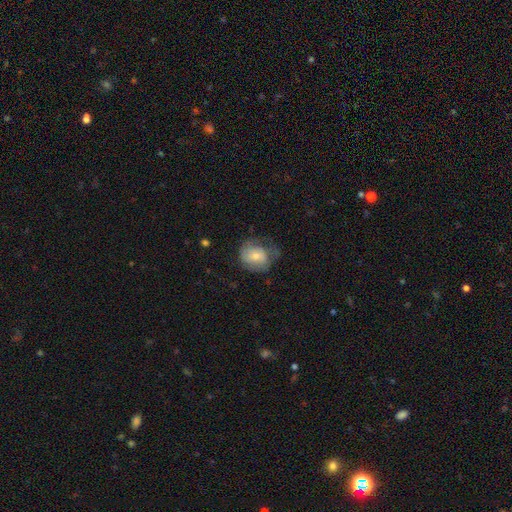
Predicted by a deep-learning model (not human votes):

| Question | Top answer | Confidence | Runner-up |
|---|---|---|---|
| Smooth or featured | smooth | 60% | featured or disk (33%) |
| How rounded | round | 61% | in between (39%) |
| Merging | none | 43% | minor disturbance (31%) |